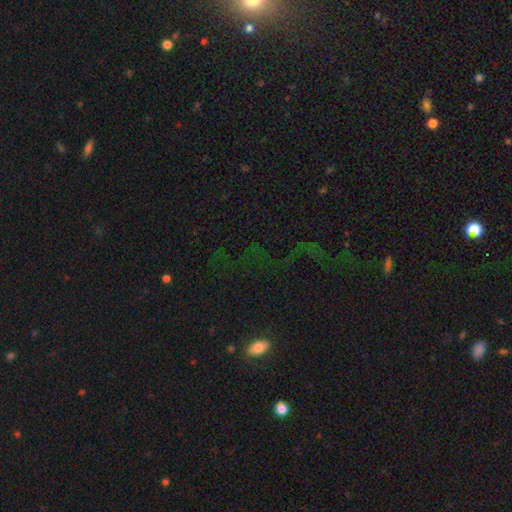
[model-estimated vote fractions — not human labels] Morphology: type=star or artifact (54%).